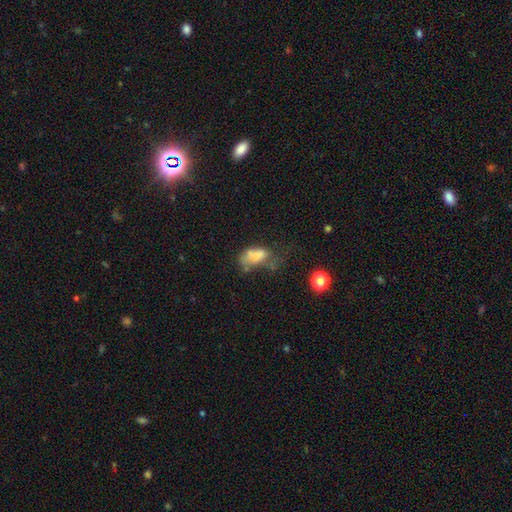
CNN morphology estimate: smooth-or-featured: smooth: 63% | featured or disk: 24% | star or artifact: 13%
  how-rounded: in between: 88% | round: 7% | cigar-shaped: 5%
  merging: major disturbance: 41% | minor disturbance: 24% | none: 20% | merger: 16%